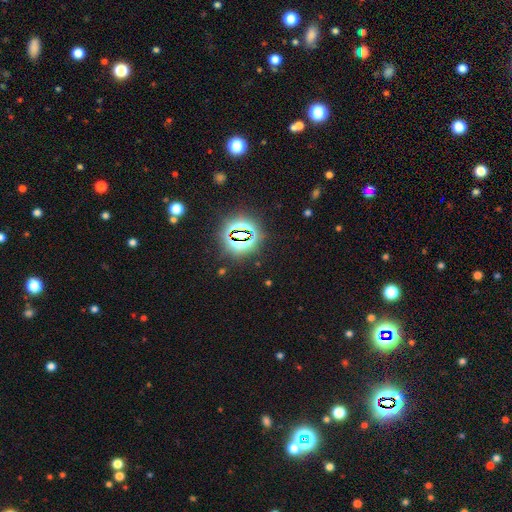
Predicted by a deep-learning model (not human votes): This appears to be a star or artifact, not a galaxy (79%).